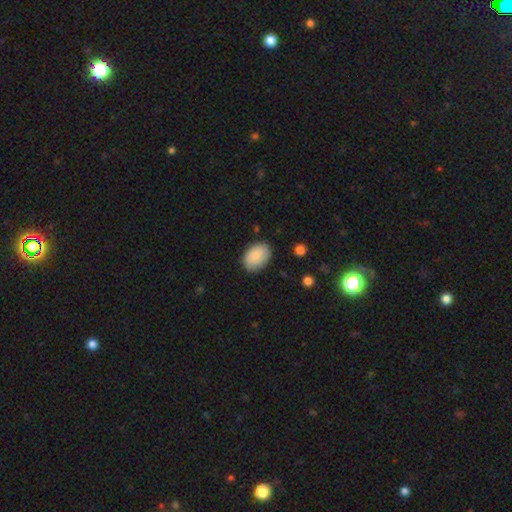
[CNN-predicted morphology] type=smooth (86%); roundness=in between (87%); merging=none (80%).